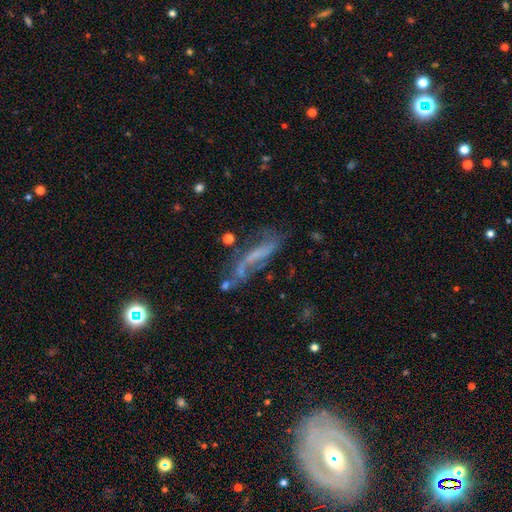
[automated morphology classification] Smooth or featured? Predicted: featured or disk (p=0.59). Edge-on disk? Predicted: no (p=0.70). Merging? Predicted: none (p=0.43).